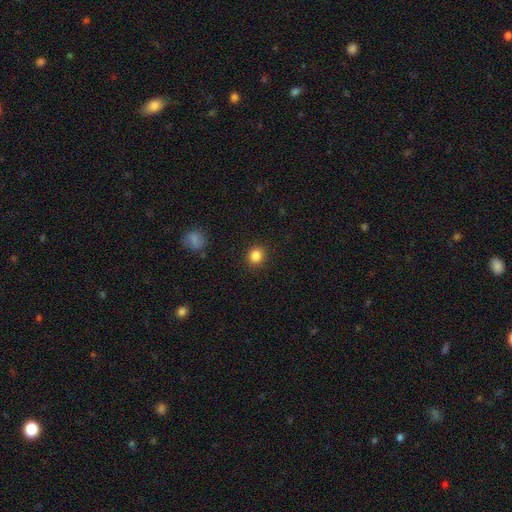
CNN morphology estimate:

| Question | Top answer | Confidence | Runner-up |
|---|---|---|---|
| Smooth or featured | smooth | 85% | star or artifact (11%) |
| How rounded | round | 82% | in between (17%) |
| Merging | none | 89% | minor disturbance (7%) |